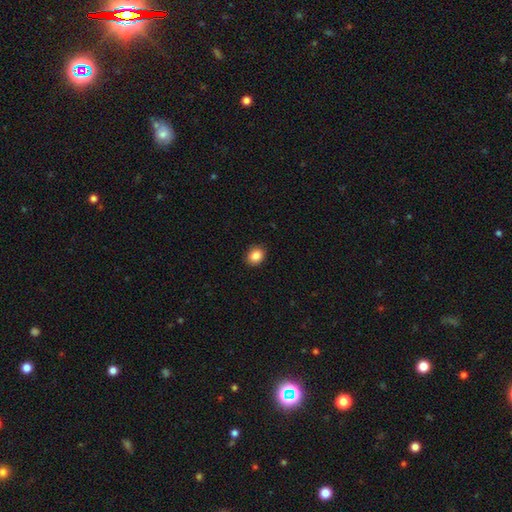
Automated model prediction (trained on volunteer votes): A smooth galaxy with no disk features (87%) that is round (50%).

Vote fractions:
- Smooth or featured? smooth: 87% / star or artifact: 9% / featured or disk: 4%
- How rounded? round: 50% / in between: 49% / cigar-shaped: 1%
- Merging? none: 89% / minor disturbance: 8% / major disturbance: 2% / merger: 1%